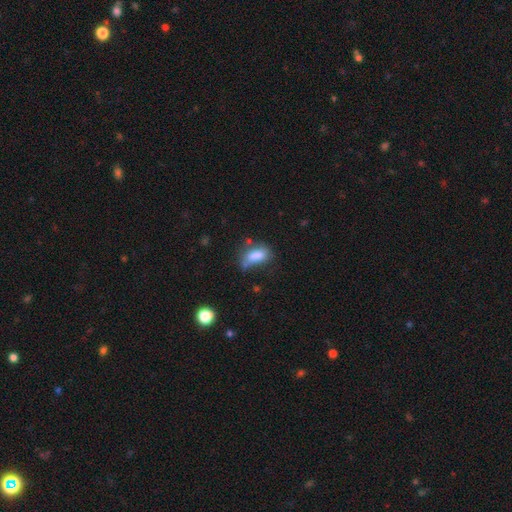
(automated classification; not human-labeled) Morphology: type=smooth (77%); roundness=in between (86%); merging=none (39%).